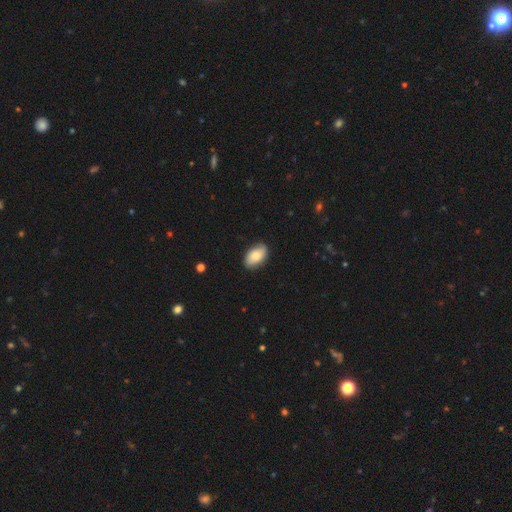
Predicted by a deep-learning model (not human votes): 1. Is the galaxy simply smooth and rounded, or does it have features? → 74% smooth, 19% featured or disk, 6% star or artifact.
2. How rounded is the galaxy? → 93% in between, 5% round, 2% cigar-shaped.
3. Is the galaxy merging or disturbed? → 82% none, 15% minor disturbance, 3% major disturbance, 1% merger.